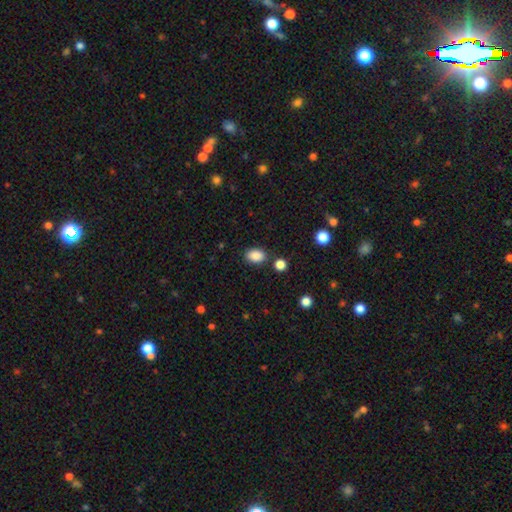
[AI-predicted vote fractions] Overall: smooth (88%). How rounded: in between (80%). Merging: none (81%).